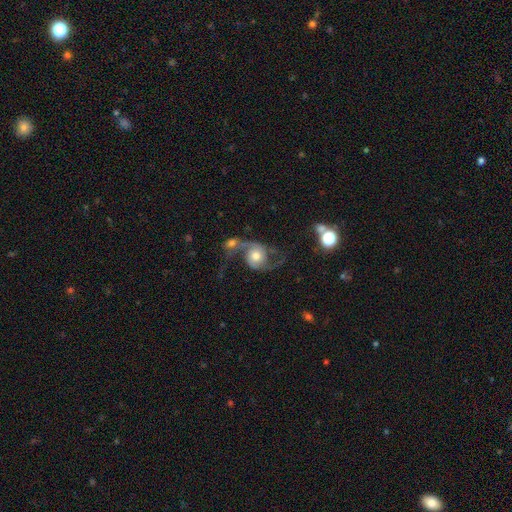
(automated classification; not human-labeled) smooth-or-featured: featured or disk: 80% | smooth: 13% | star or artifact: 7%
  disk-edge-on: no: 97% | yes: 3%
    bar: no: 74% | weak: 21% | strong: 5%
    has-spiral-arms: yes: 94% | no: 6%
      spiral-winding: loose: 62% | medium: 31% | tight: 7%
      spiral-arm-count: 2: 90% | 1: 4% | can't tell: 3% | 3: 1% | 4: 1% | more than 4: 1%
    bulge-size: moderate: 61% | small: 17% | large: 17% | dominant: 3% | none: 2%
  merging: none: 39% | merger: 31% | major disturbance: 17% | minor disturbance: 13%